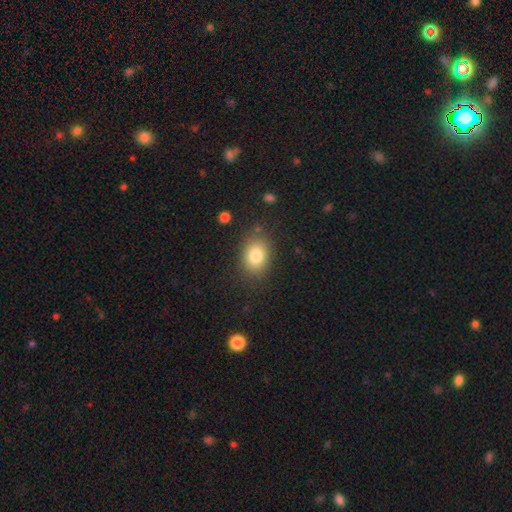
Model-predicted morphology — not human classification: smooth-or-featured: smooth: 81% | featured or disk: 10% | star or artifact: 9%
  how-rounded: in between: 70% | round: 29% | cigar-shaped: 1%
  merging: none: 82% | minor disturbance: 12% | major disturbance: 4% | merger: 2%